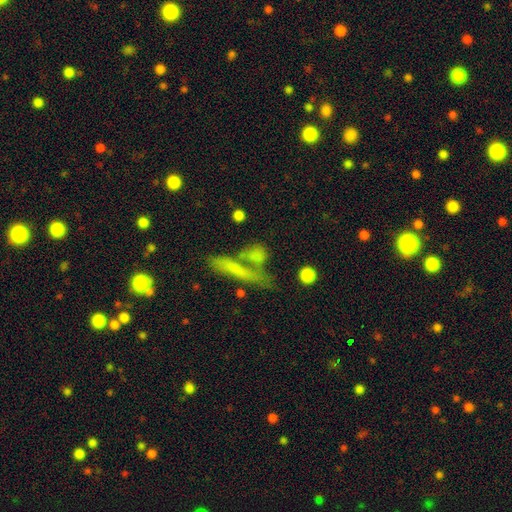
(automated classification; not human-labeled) A smooth galaxy with no disk features (68%) that is round (40%).

Vote fractions:
- Smooth or featured? smooth: 68% / featured or disk: 20% / star or artifact: 12%
- How rounded? round: 40% / in between: 30% / cigar-shaped: 30%
- Merging? none: 49% / merger: 28% / minor disturbance: 13% / major disturbance: 10%